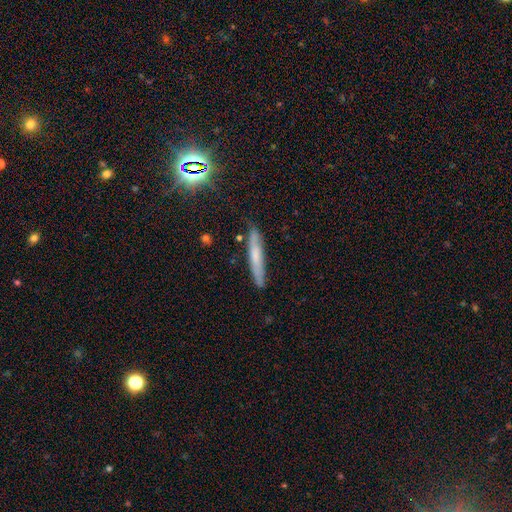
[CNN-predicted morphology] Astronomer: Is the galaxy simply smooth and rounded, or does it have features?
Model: smooth — 55% (runner-up: featured or disk, 35%).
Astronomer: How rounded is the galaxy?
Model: cigar-shaped — 94%.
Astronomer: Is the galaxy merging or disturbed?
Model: none — 84%.